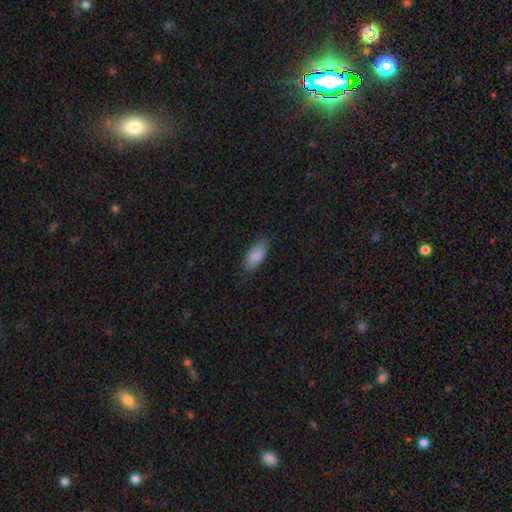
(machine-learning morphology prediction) A smooth galaxy with no disk features (87%) that is in between round and cigar-shaped (89%). Merging: none (80%).